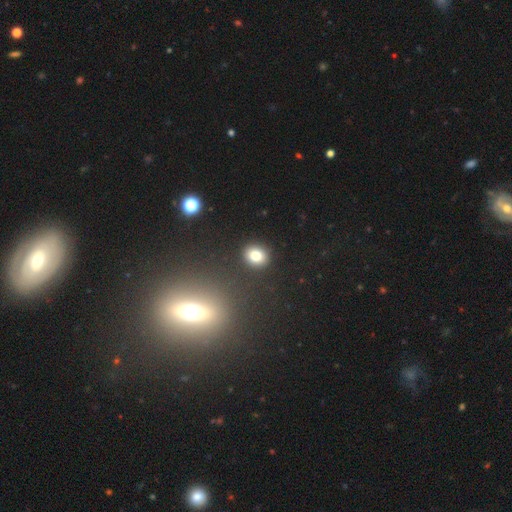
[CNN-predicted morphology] Overall: smooth (79%). How rounded: round (69%; in between 30%). Merging: none (90%).